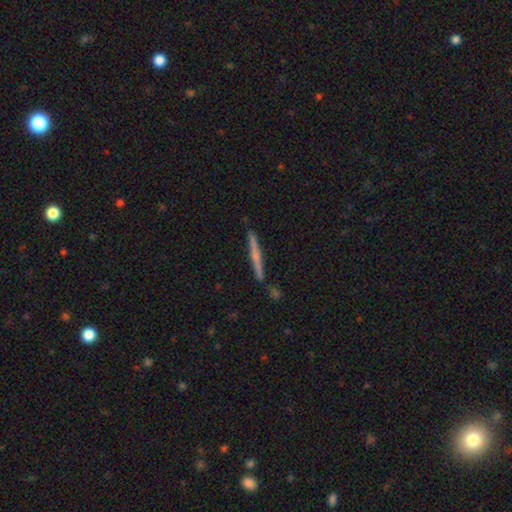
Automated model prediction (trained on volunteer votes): The model was most divided on "smooth or featured": featured or disk: 51%, smooth: 43%, star or artifact: 6%. More confident: edge-on disk — yes (97%); merging — none (88%).